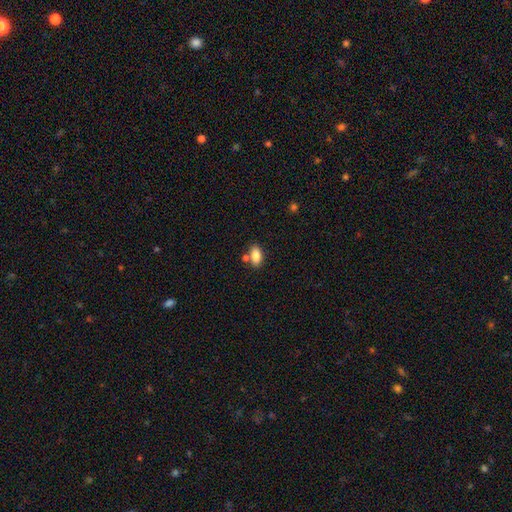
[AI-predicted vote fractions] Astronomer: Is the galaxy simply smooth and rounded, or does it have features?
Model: smooth — 83%.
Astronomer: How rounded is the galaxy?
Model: in between — 90%.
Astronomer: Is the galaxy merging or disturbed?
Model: none — 70%.